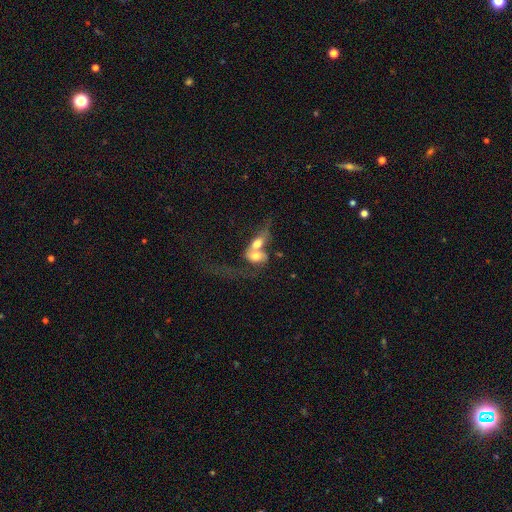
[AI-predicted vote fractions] This appears to be a smooth galaxy with no disk features (55%) that is in between round and cigar-shaped (67%). Merging: merger (81%).